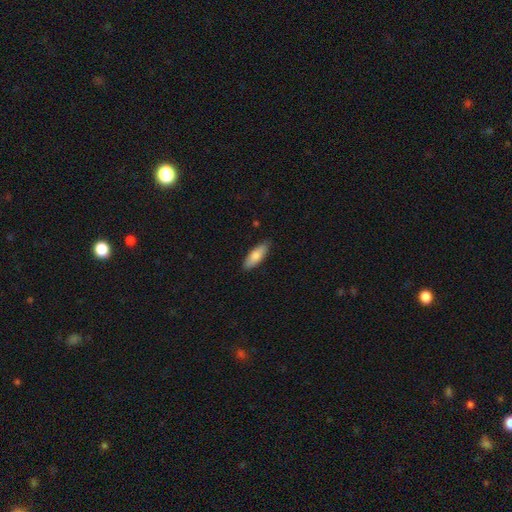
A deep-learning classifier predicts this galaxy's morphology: Overall: smooth (82%). How rounded: in between (70%). Merging: none (87%).